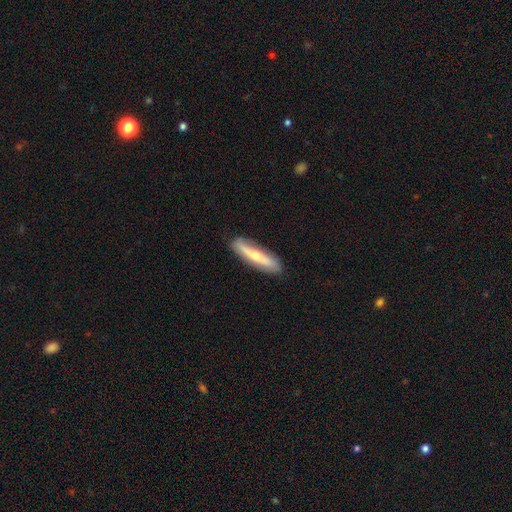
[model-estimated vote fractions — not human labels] Morphology: type=smooth (50%); roundness=cigar-shaped (83%); merging=none (82%).